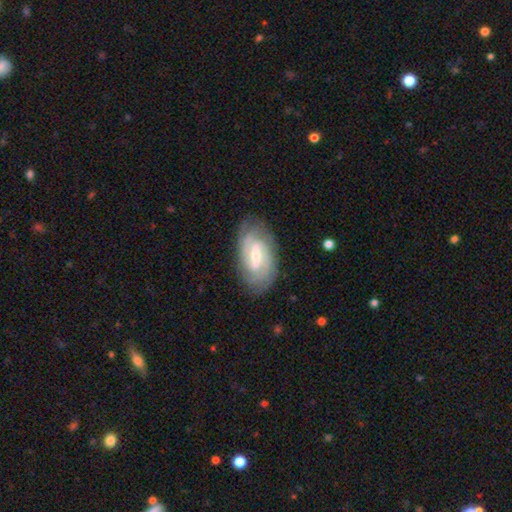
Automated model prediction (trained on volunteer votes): Smooth or featured? featured or disk (84%)
Edge-on disk? no (95%)
Bar? weak (49%)
Spiral arms? yes (94%)
Spiral winding? tight (58%)
Spiral arm count? 2 (51%)
Bulge size? moderate (49%)
Merging? none (81%)